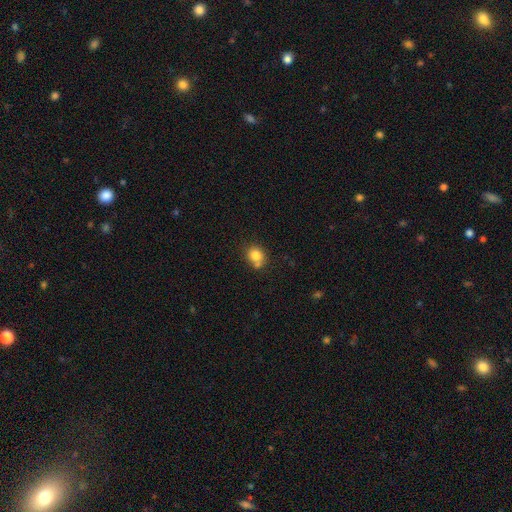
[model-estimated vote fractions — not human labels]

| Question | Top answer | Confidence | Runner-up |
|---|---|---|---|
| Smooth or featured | smooth | 81% | star or artifact (10%) |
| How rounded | round | 71% | in between (28%) |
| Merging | none | 56% | merger (24%) |